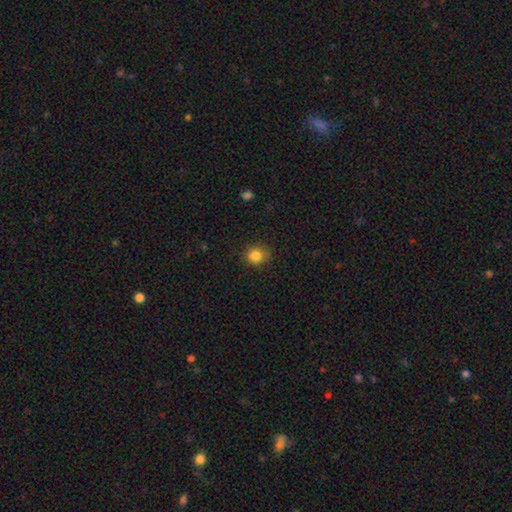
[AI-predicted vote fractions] A smooth galaxy with no disk features (84%) that is round (83%). Merging: none (83%).